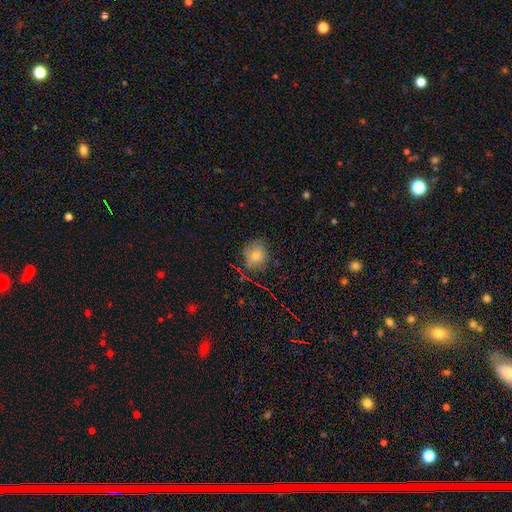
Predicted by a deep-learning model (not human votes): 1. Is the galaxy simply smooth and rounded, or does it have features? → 68% smooth, 17% featured or disk, 15% star or artifact.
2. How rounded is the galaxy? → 66% round, 32% in between, 1% cigar-shaped.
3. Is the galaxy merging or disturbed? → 67% none, 24% minor disturbance, 7% major disturbance, 2% merger.